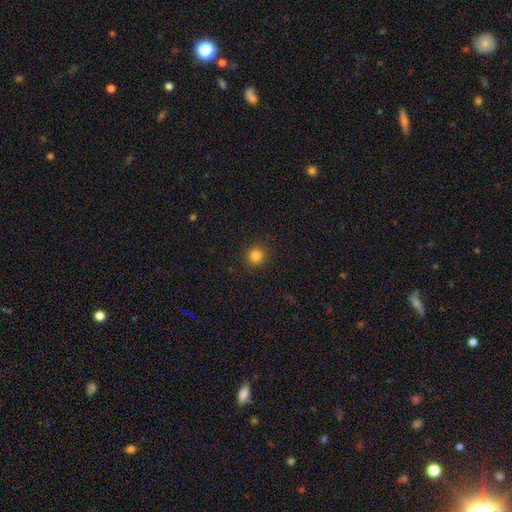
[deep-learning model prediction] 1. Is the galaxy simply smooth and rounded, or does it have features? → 83% smooth, 13% star or artifact, 4% featured or disk.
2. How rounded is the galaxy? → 93% round, 6% in between, 1% cigar-shaped.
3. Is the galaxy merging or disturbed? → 91% none, 6% minor disturbance, 2% major disturbance, 1% merger.